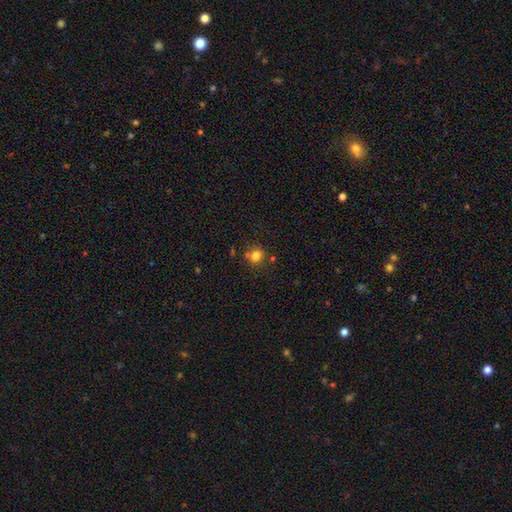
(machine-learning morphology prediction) Smooth or featured: smooth — 79% (star or artifact — 14%)
How rounded: round — 82% (in between — 17%)
Merging: none — 72% (merger — 13%)